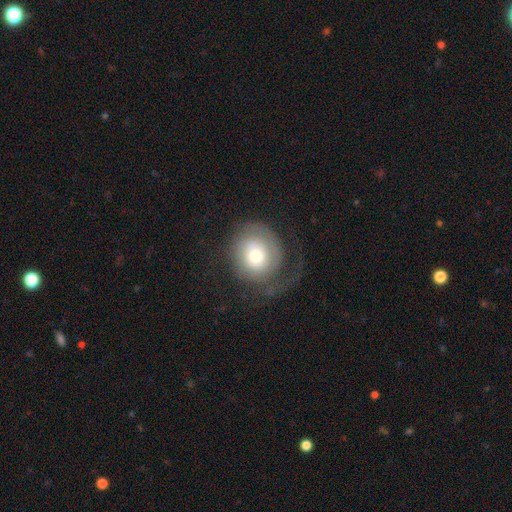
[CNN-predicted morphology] type=smooth (54%); roundness=round (84%); merging=none (49%).